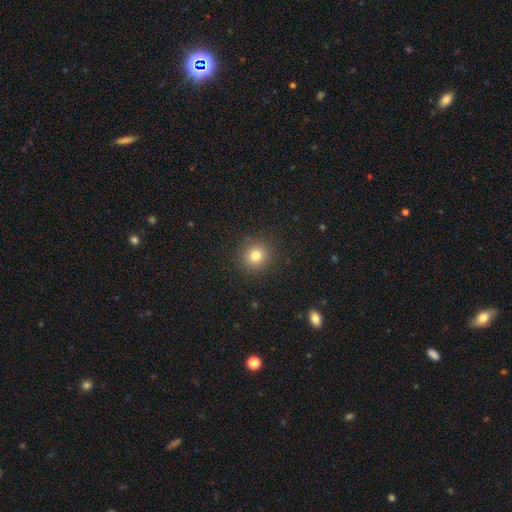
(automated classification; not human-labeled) smooth-or-featured: smooth: 81% | star or artifact: 12% | featured or disk: 7%
  how-rounded: round: 92% | in between: 7% | cigar-shaped: 1%
  merging: none: 90% | minor disturbance: 6% | major disturbance: 2% | merger: 1%